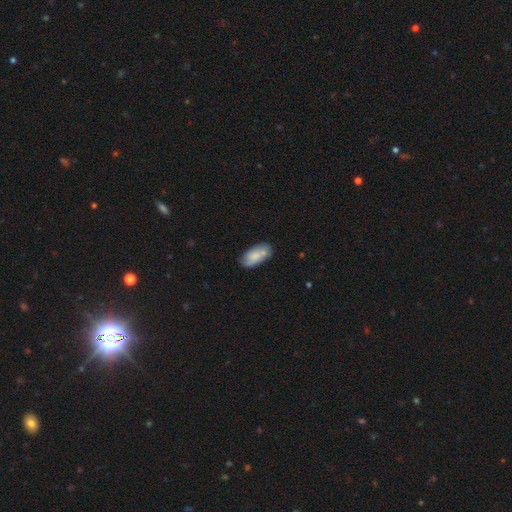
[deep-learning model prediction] A smooth galaxy with no disk features (71%) that is in between round and cigar-shaped (93%). Merging: none (63%).